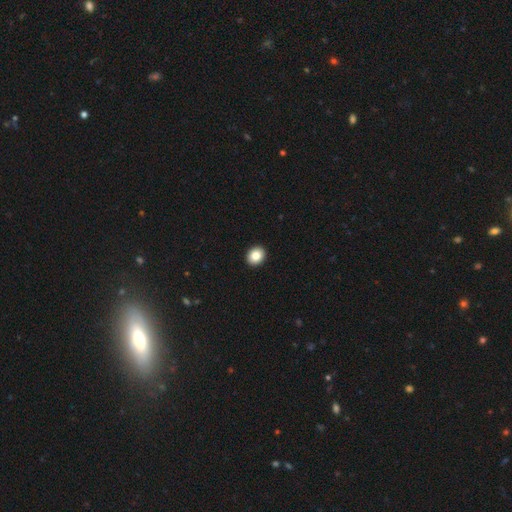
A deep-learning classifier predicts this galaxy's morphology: A smooth galaxy with no disk features (86%) that is round (66%).

Vote fractions:
- Smooth or featured? smooth: 86% / star or artifact: 9% / featured or disk: 5%
- How rounded? round: 66% / in between: 33% / cigar-shaped: 1%
- Merging? none: 94% / minor disturbance: 4% / major disturbance: 1% / merger: 1%